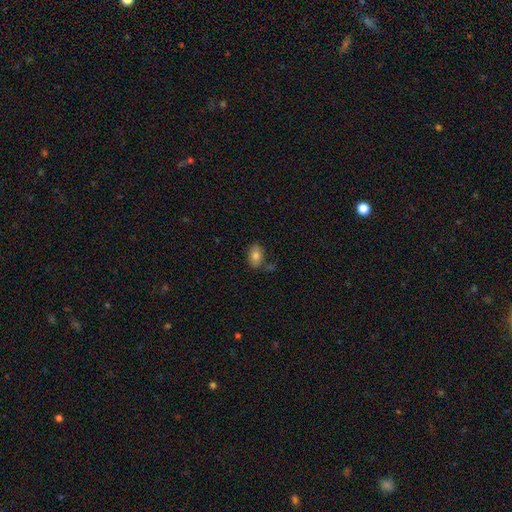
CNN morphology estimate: Smooth or featured?
  - smooth: 81% *
  - featured or disk: 11%
  - star or artifact: 9%
How rounded?
  - in between: 87% *
  - round: 12%
  - cigar-shaped: 2%
Merging?
  - none: 75% *
  - minor disturbance: 15%
  - merger: 7%
  - major disturbance: 3%